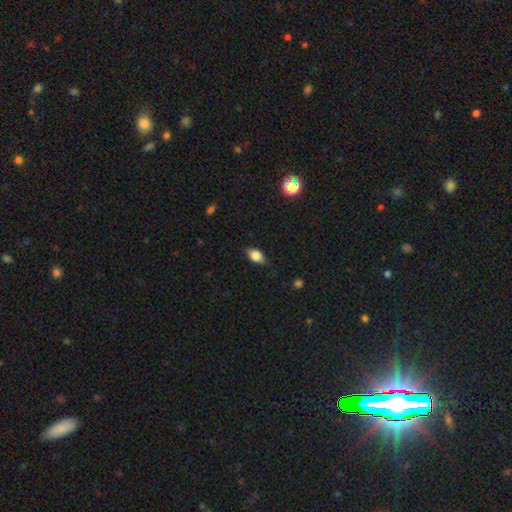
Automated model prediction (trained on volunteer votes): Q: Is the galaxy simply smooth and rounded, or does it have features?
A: smooth — 73%.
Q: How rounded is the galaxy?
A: in between — 83%.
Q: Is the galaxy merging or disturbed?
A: none — 81%.